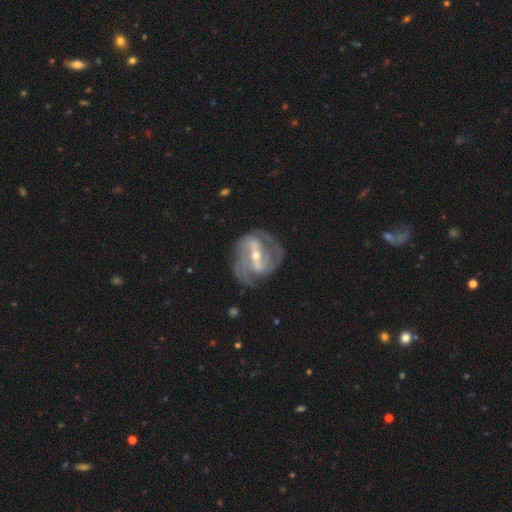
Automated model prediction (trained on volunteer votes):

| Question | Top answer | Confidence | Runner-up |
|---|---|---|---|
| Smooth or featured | featured or disk | 90% | smooth (6%) |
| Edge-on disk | no | 96% | yes (4%) |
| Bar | strong | 66% | weak (25%) |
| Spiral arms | yes | 95% | no (5%) |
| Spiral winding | medium | 46% | tight (39%) |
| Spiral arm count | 2 | 62% | 3 (16%) |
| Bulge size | small | 55% | moderate (42%) |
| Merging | none | 69% | minor disturbance (18%) |